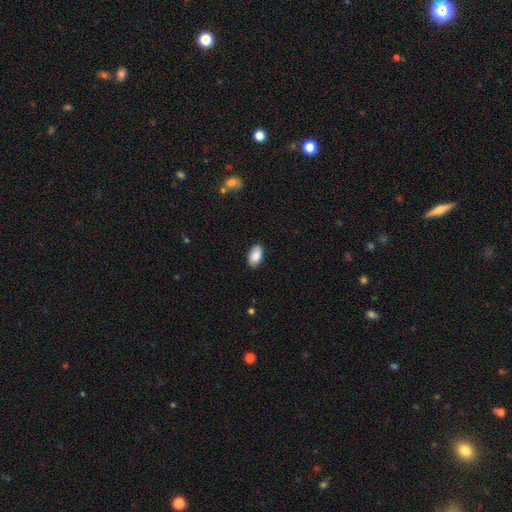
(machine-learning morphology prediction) Smooth or featured: smooth — 85% (featured or disk — 8%)
How rounded: in between — 94% (round — 4%)
Merging: none — 87% (minor disturbance — 10%)